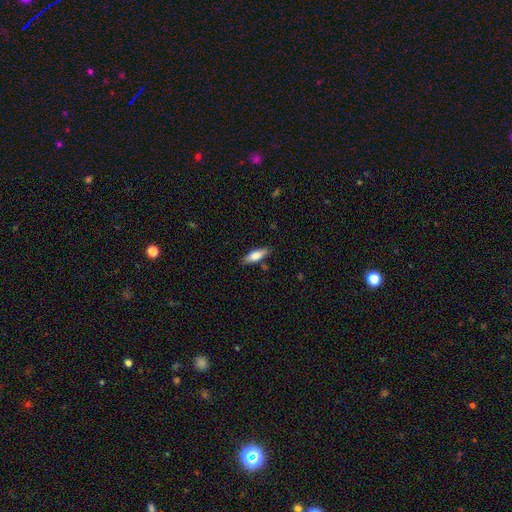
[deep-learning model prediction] A smooth galaxy with no disk features (76%) that is in between round and cigar-shaped (57%).

Vote fractions:
- Smooth or featured? smooth: 76% / featured or disk: 18% / star or artifact: 6%
- How rounded? in between: 57% / cigar-shaped: 41% / round: 2%
- Merging? none: 82% / minor disturbance: 13% / major disturbance: 3% / merger: 2%